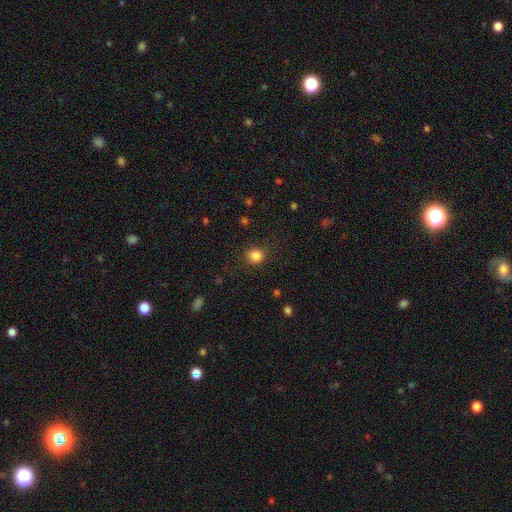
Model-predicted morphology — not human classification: type=smooth (84%); roundness=round (77%); merging=none (84%).